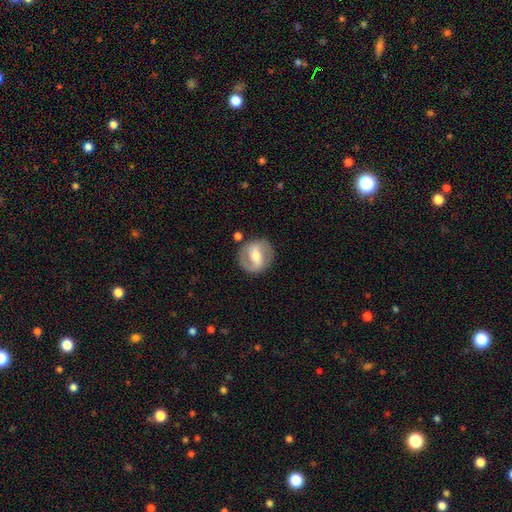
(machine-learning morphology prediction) A featured or disk galaxy (69%) with a strong bar (50%), spiral arms (70%) and a moderate central bulge (66%).

Vote fractions:
- Smooth or featured? featured or disk: 69% / smooth: 26% / star or artifact: 6%
- Edge-on disk? no: 95% / yes: 5%
- Bar? strong: 50% / weak: 35% / no: 15%
- Spiral arms? yes: 70% / no: 30%
- Bulge size? moderate: 66% / small: 20% / large: 11% / none: 2% / dominant: 1%
- Merging? none: 82% / minor disturbance: 11% / major disturbance: 4% / merger: 3%